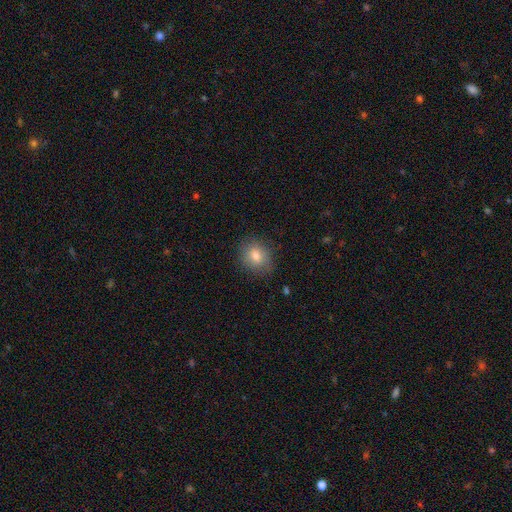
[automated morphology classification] Smooth or featured: smooth — 79% (featured or disk — 11%)
How rounded: round — 59% (in between — 40%)
Merging: none — 79% (minor disturbance — 16%)